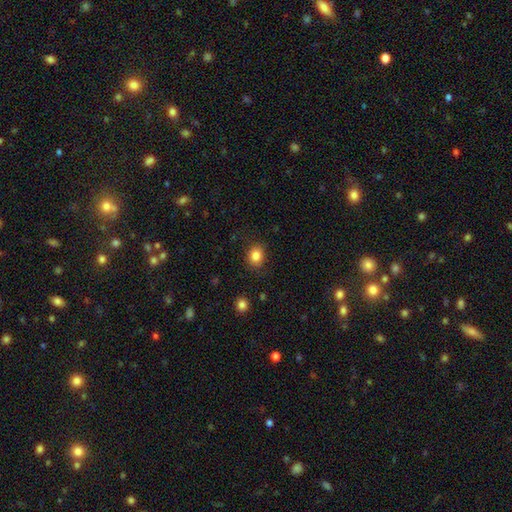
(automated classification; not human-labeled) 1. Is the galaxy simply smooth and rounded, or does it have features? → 84% smooth, 11% star or artifact, 5% featured or disk.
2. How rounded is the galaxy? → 69% round, 30% in between, 1% cigar-shaped.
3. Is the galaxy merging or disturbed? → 84% none, 11% minor disturbance, 3% major disturbance, 1% merger.